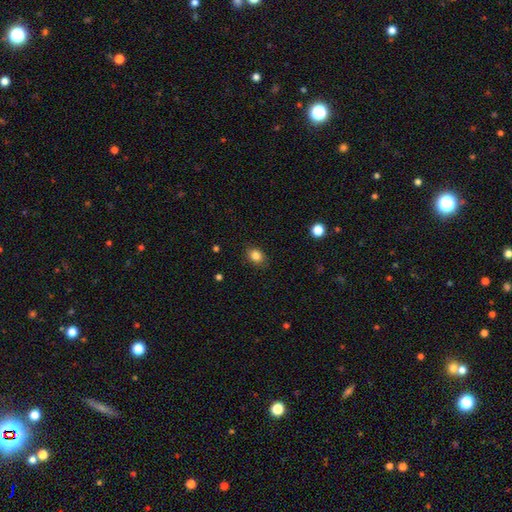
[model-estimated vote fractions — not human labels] A smooth galaxy with no disk features (84%) that is in between round and cigar-shaped (60%). Merging: none (86%).